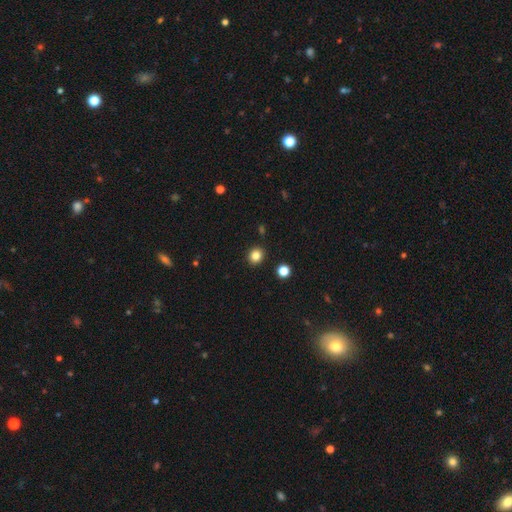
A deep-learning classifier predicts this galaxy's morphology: Smooth or featured? smooth (83%)
How rounded? round (82%)
Merging? none (91%)